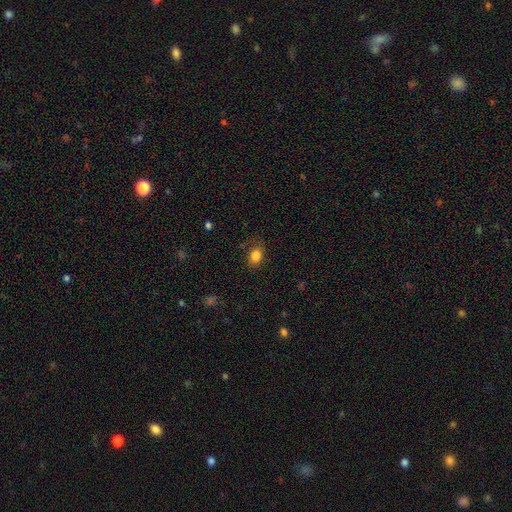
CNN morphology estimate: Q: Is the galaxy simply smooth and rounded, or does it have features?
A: smooth — 83%.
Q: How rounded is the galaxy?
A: in between — 65%.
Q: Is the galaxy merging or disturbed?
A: none — 74%.